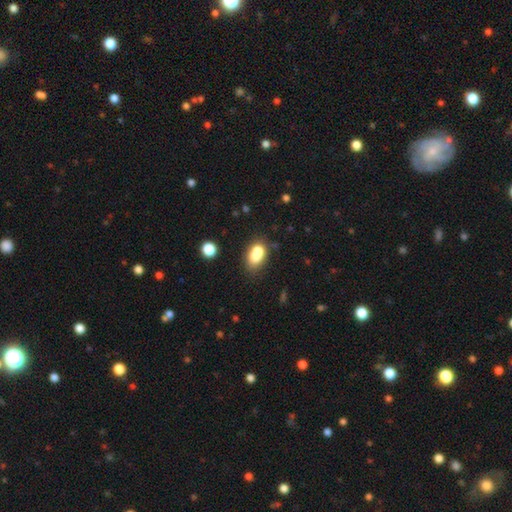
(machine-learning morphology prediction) Smooth or featured? smooth (71%)
How rounded? in between (74%)
Merging? none (40%, tied with merger)